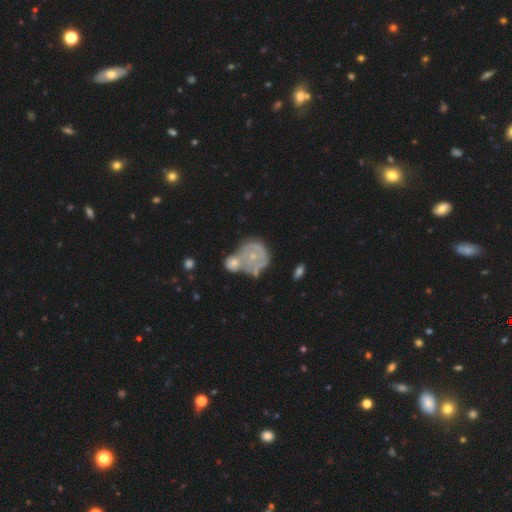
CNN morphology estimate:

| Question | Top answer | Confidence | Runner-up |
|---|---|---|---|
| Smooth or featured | featured or disk | 63% | smooth (29%) |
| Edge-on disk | no | 97% | yes (3%) |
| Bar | no | 85% | weak (13%) |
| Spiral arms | yes | 58% | no (42%) |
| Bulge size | small | 71% | moderate (24%) |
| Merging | merger | 47% | none (27%) |